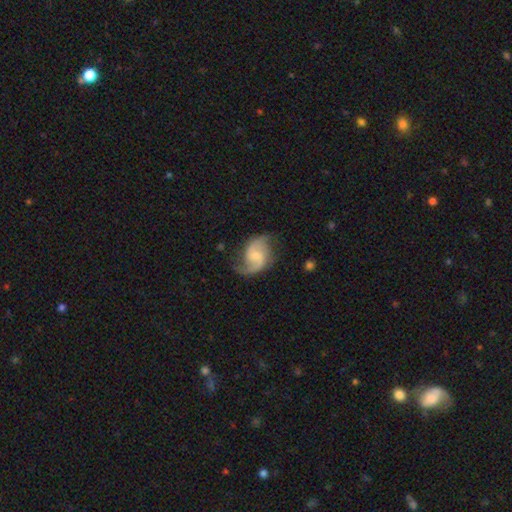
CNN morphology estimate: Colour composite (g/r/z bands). It shows a featured or disk galaxy (86%) with no bar (48%), 2 (90%) loose (45%) spiral arms (97%) and a small central bulge (52%). Merging: none (73%).